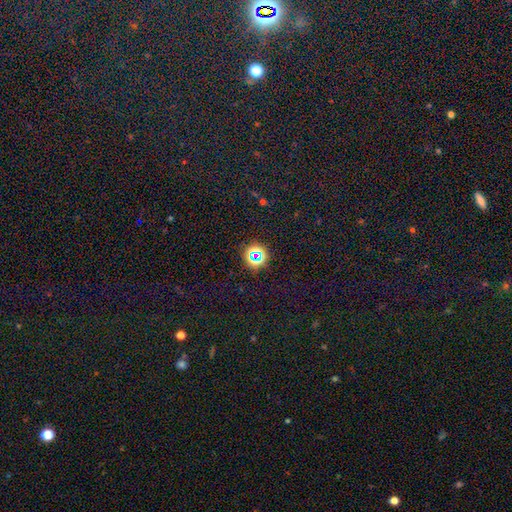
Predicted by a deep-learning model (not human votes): Q: Smooth or featured?
A: star or artifact (68%); runner-up: smooth (22%)